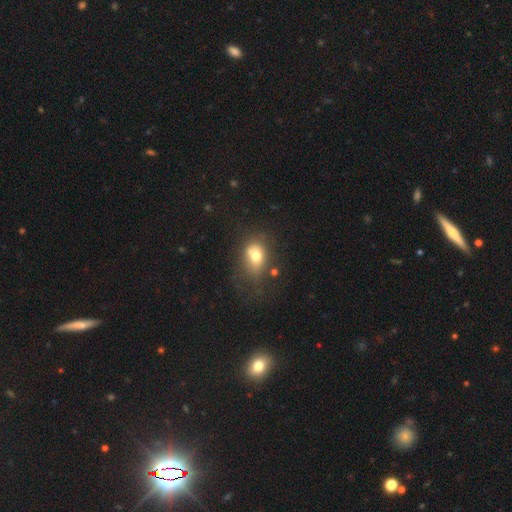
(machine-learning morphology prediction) Smooth or featured? Predicted: smooth (p=0.68). How rounded? Predicted: in between (p=0.60). Merging? Predicted: none (p=0.43).